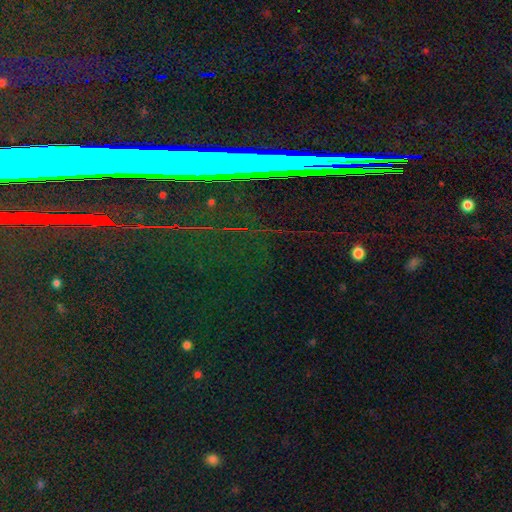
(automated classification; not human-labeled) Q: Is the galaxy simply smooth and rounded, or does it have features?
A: star or artifact — 73%.